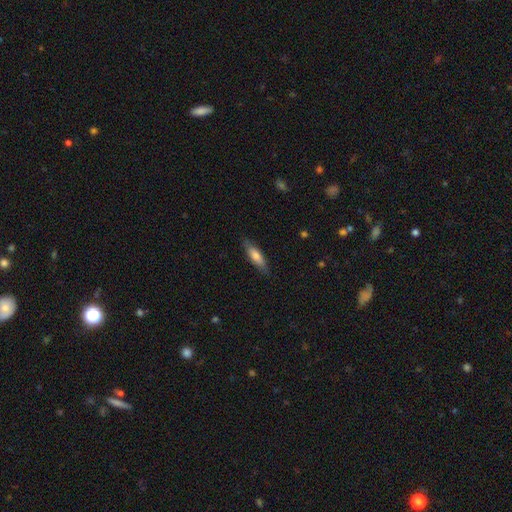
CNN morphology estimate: Smooth or featured: smooth — 68% (featured or disk — 26%)
How rounded: cigar-shaped — 61% (in between — 37%)
Merging: none — 84% (minor disturbance — 13%)